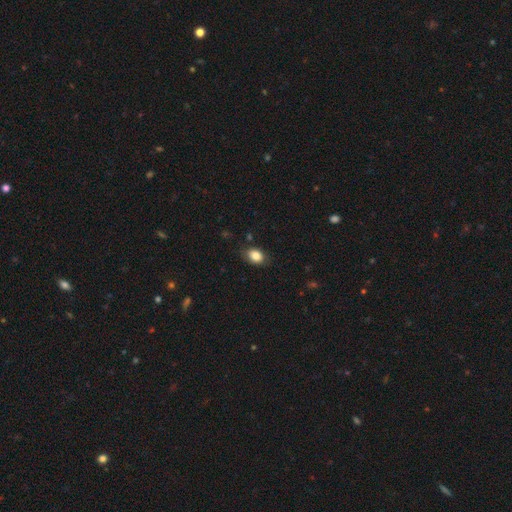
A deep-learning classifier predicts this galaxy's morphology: This appears to be a smooth galaxy with no disk features (84%) that is in between round and cigar-shaped (77%). Merging: none (79%).